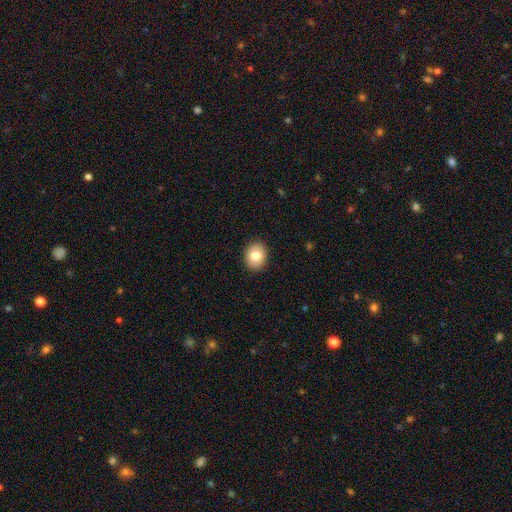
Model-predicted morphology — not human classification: A smooth galaxy with no disk features (82%) that is round (52%). Merging: none (91%).